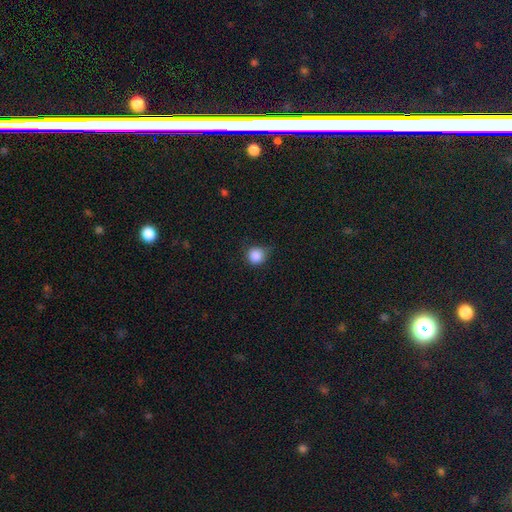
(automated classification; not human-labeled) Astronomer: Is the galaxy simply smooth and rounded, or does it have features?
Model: smooth — 86%.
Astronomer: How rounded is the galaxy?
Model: round — 91%.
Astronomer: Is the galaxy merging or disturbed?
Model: none — 67%.